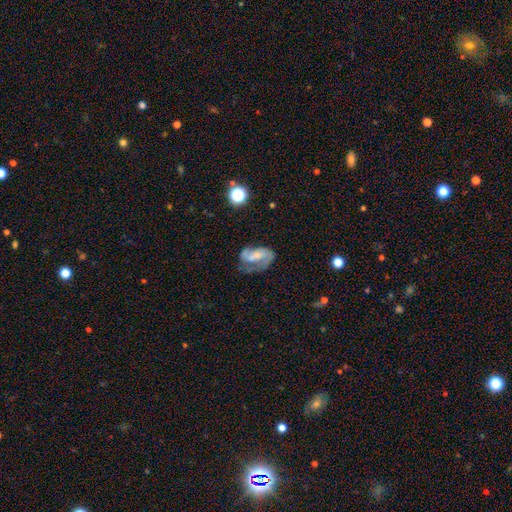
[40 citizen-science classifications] Volunteers were most divided on "merging" (2-way tie): none: 30%, major disturbance: 30%, merger: 24%, minor disturbance: 16%. Remaining: edge-on disk — no (97%); spiral arm count — 2 (83%); smooth or featured — featured or disk (78%); spiral arms — yes (77%); spiral winding — medium (74%); bar — no (43%); bulge size — small (37%).